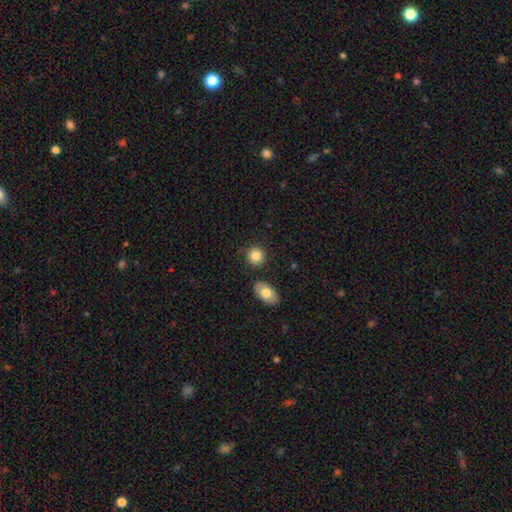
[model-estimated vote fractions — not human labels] Smooth or featured: smooth — 84% (star or artifact — 9%)
How rounded: round — 80% (in between — 18%)
Merging: none — 79% (minor disturbance — 11%)